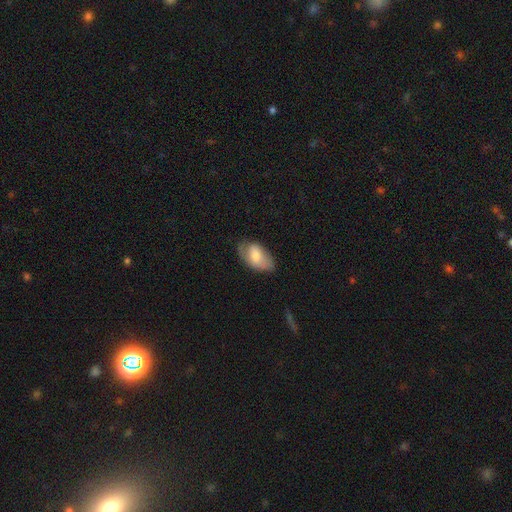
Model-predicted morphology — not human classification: type=smooth (65%); roundness=in between (93%); merging=none (55%).